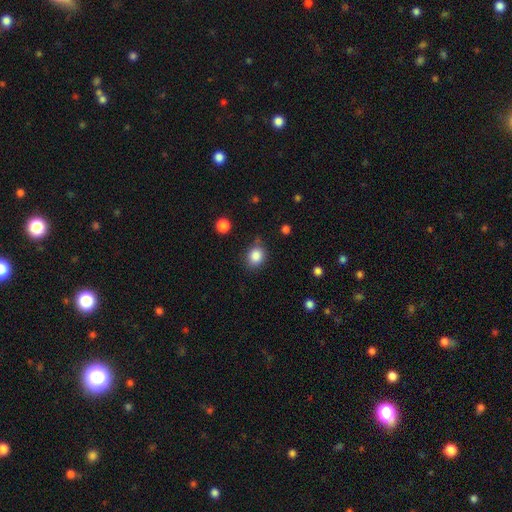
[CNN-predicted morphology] Smooth or featured? smooth (85%)
How rounded? round (70%)
Merging? none (78%)